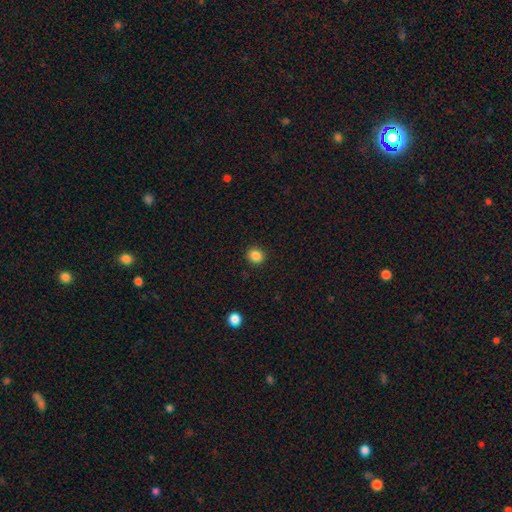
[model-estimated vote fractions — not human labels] Q: Smooth or featured?
A: smooth (86%); runner-up: star or artifact (11%)
Q: How rounded?
A: round (80%); runner-up: in between (19%)
Q: Merging?
A: none (91%); runner-up: minor disturbance (6%)